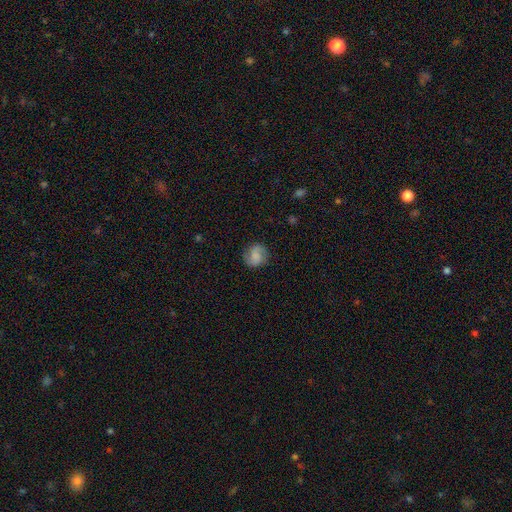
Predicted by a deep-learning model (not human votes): A smooth galaxy with no disk features (48%).

Vote fractions:
- Smooth or featured? smooth: 48% / featured or disk: 42% / star or artifact: 9%
- Merging? none: 79% / minor disturbance: 14% / major disturbance: 5% / merger: 1%